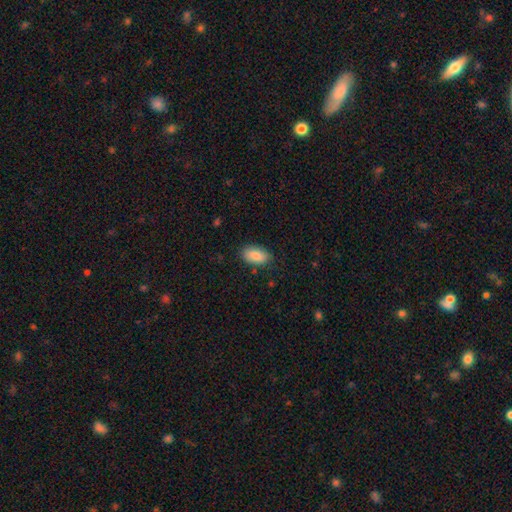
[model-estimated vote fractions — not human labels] Smooth or featured? Predicted: smooth (p=0.87). How rounded? Predicted: in between (p=0.93). Merging? Predicted: none (p=0.82).